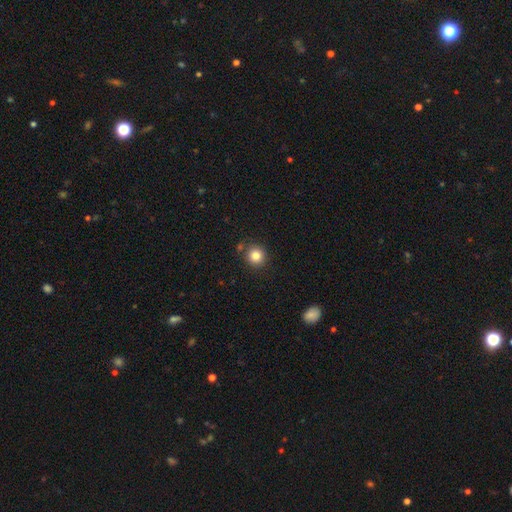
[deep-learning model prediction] Smooth or featured? Predicted: smooth (p=0.83). How rounded? Predicted: round (p=0.91). Merging? Predicted: none (p=0.83).